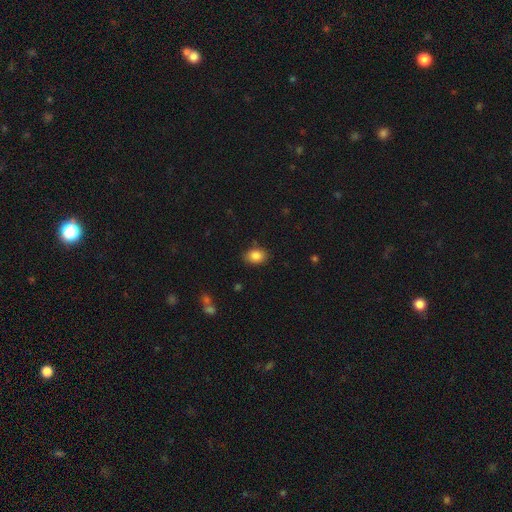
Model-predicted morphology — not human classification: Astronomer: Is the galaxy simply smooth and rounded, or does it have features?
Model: smooth — 86%.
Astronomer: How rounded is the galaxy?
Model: in between — 71%.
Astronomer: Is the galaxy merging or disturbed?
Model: none — 85%.